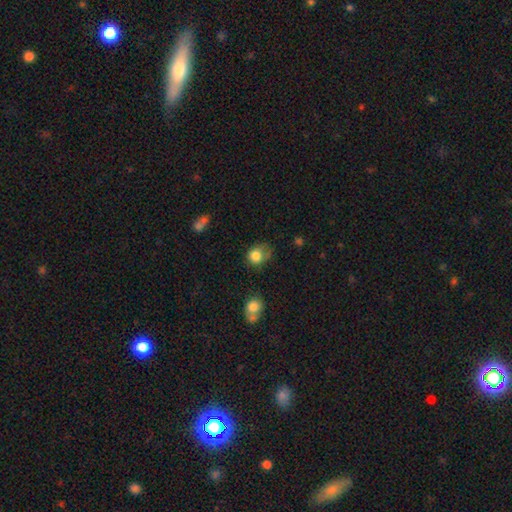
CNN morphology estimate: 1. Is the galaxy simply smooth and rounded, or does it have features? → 81% smooth, 10% star or artifact, 9% featured or disk.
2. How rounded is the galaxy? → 67% round, 32% in between, 1% cigar-shaped.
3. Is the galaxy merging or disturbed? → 43% none, 33% minor disturbance, 18% major disturbance, 6% merger.